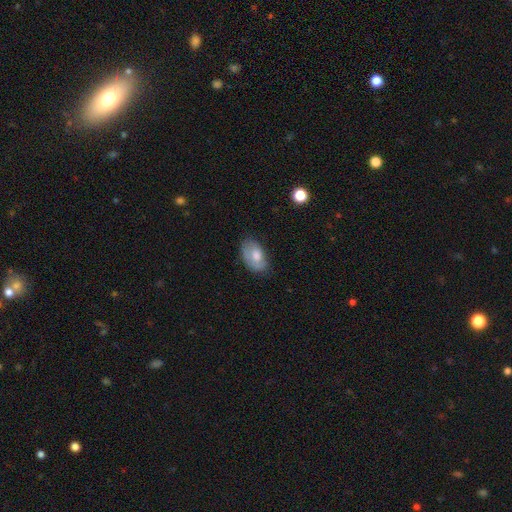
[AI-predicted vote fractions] Q: Smooth or featured?
A: smooth (64%); runner-up: featured or disk (28%)
Q: How rounded?
A: in between (90%); runner-up: round (8%)
Q: Merging?
A: none (63%); runner-up: minor disturbance (27%)